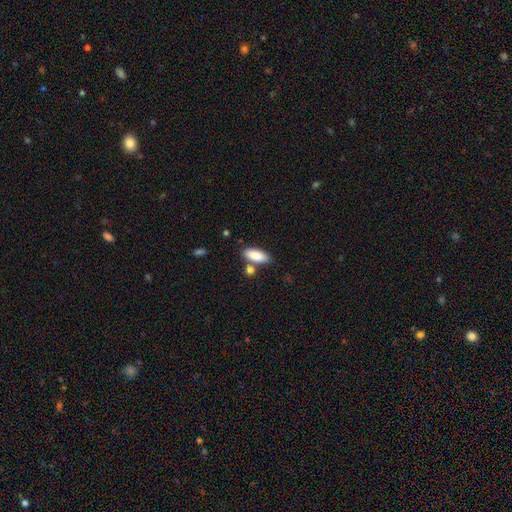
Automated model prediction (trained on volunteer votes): Smooth or featured?
  - smooth: 88% *
  - star or artifact: 6%
  - featured or disk: 6%
How rounded?
  - in between: 82% *
  - cigar-shaped: 15%
  - round: 2%
Merging?
  - none: 70% *
  - merger: 14%
  - minor disturbance: 13%
  - major disturbance: 3%